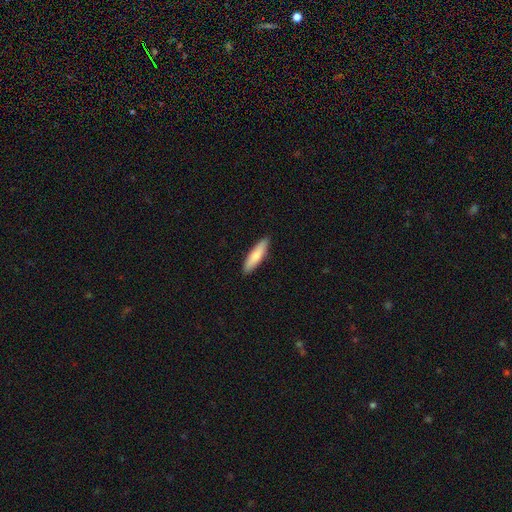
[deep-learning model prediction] smooth-or-featured: smooth: 78% | featured or disk: 17% | star or artifact: 5%
  how-rounded: cigar-shaped: 70% | in between: 28% | round: 2%
  merging: none: 90% | minor disturbance: 8% | major disturbance: 1% | merger: 1%